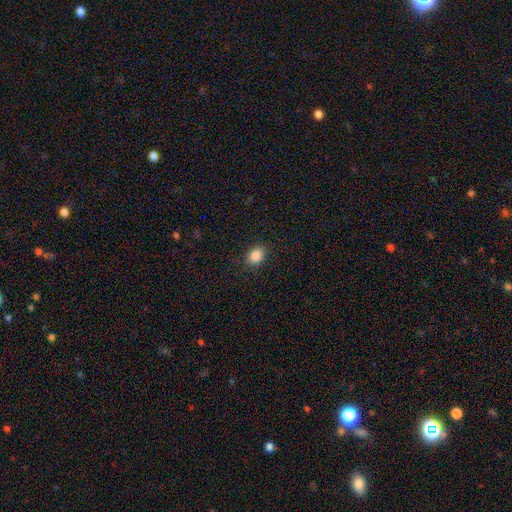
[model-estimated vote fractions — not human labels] Morphology: type=smooth (86%); roundness=in between (55%); merging=none (87%).